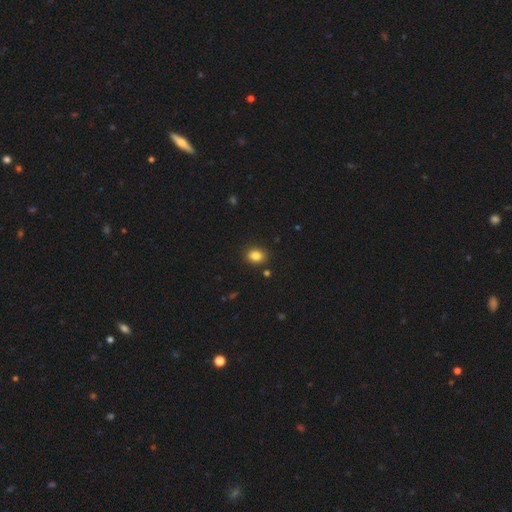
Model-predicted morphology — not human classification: smooth 84%, star or artifact 11%, featured or disk 5%. Down the decision tree: how rounded — in between (51%); merging — none (87%).